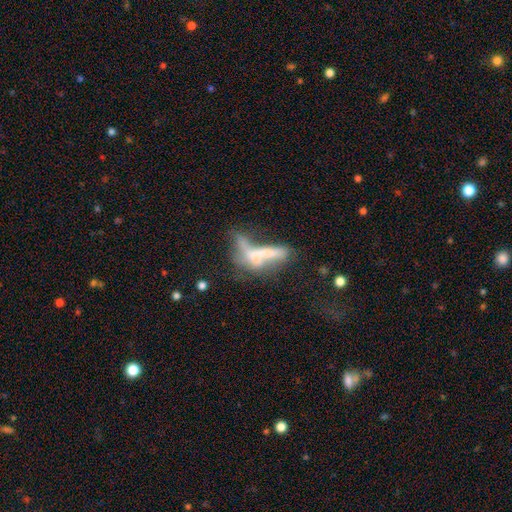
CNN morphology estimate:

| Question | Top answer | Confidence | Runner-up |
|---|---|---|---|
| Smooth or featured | featured or disk | 50% | smooth (32%) |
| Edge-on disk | no | 66% | yes (34%) |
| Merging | merger | 51% | major disturbance (22%) |